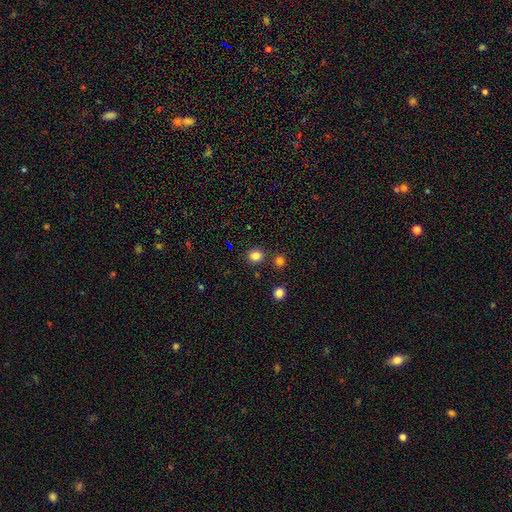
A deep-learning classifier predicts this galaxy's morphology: Smooth or featured? smooth (84%)
How rounded? round (79%)
Merging? none (84%)